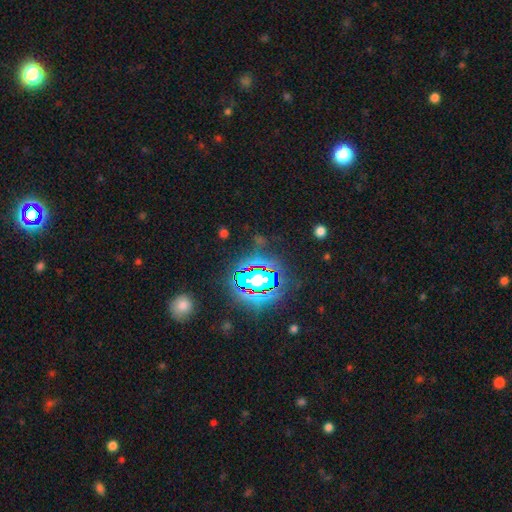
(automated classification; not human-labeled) This is likely a star or artifact rather than a galaxy (79%).